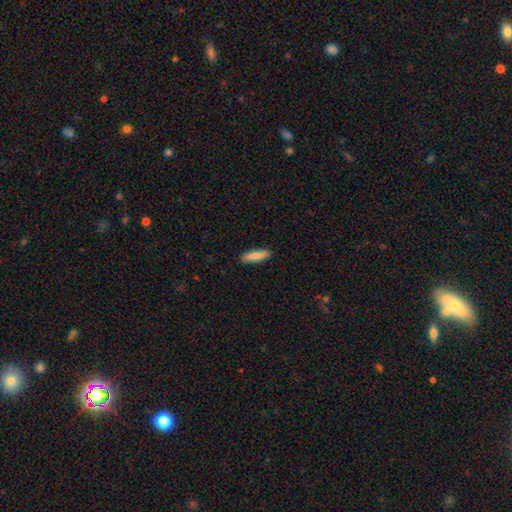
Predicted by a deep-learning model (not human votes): Smooth or featured? smooth (85%)
How rounded? cigar-shaped (72%)
Merging? none (90%)